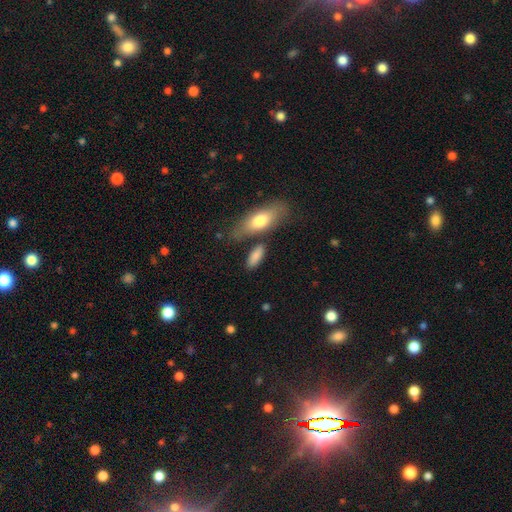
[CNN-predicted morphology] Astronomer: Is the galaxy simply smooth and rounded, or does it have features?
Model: smooth — 83%.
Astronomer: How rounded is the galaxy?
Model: in between — 70%.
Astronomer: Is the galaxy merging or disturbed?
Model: none — 70%.